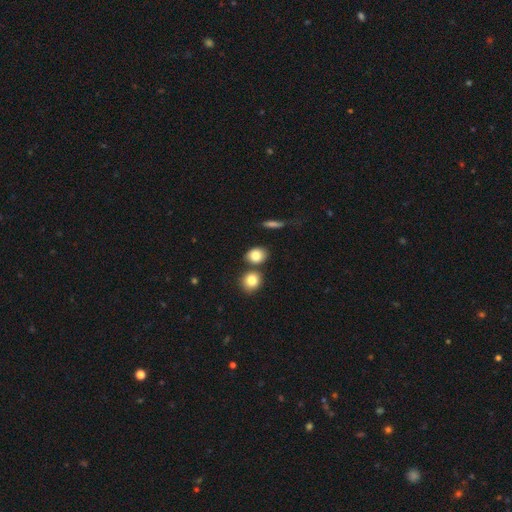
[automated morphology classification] A smooth galaxy with no disk features (83%) that is round (51%). Merging: none (67%).